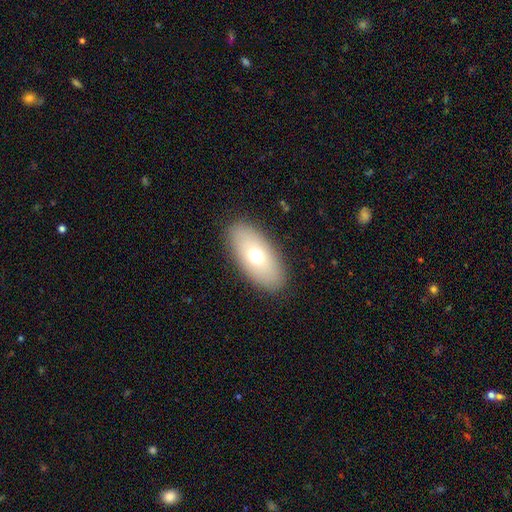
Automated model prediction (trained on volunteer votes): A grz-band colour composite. It shows a smooth galaxy with no disk features (66%) that is in between round and cigar-shaped (90%). Merging: none (87%).